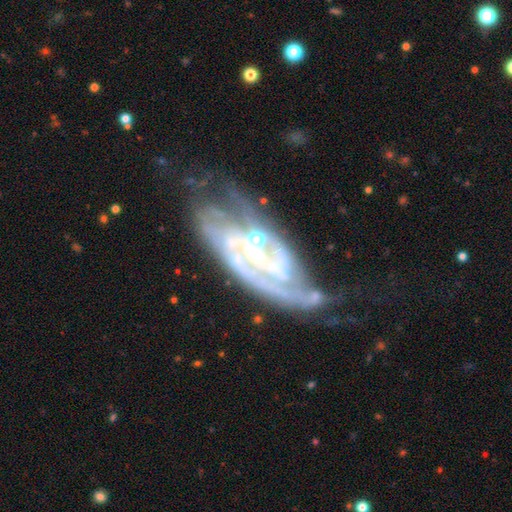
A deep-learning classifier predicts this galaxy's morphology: Smooth or featured?
  - featured or disk: 86% *
  - star or artifact: 8%
  - smooth: 6%
Edge-on disk?
  - no: 93% *
  - yes: 7%
Bar?
  - no: 44% *
  - weak: 33%
  - strong: 23%
Spiral arms?
  - yes: 93% *
  - no: 7%
Spiral winding?
  - tight: 48% *
  - medium: 39%
  - loose: 13%
Spiral arm count?
  - 2: 48% *
  - can't tell: 23%
  - 3: 13%
  - 1: 6%
  - 4: 5%
  - more than 4: 4%
Bulge size?
  - small: 61% *
  - moderate: 23%
  - none: 12%
  - large: 3%
  - dominant: 1%
Merging?
  - none: 42% *
  - major disturbance: 24%
  - minor disturbance: 22%
  - merger: 12%